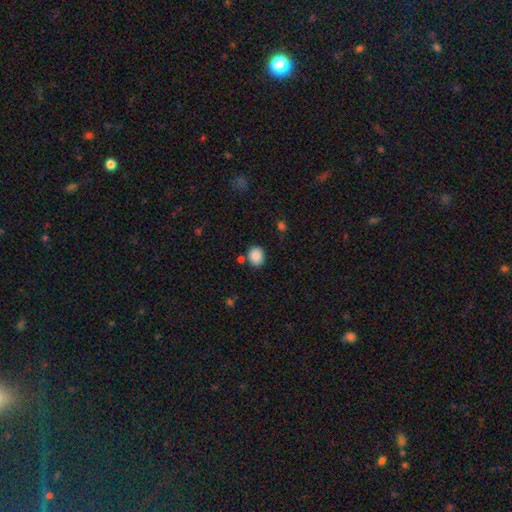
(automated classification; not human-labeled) Smooth or featured: smooth — 88% (star or artifact — 8%)
How rounded: round — 67% (in between — 32%)
Merging: none — 78% (minor disturbance — 12%)